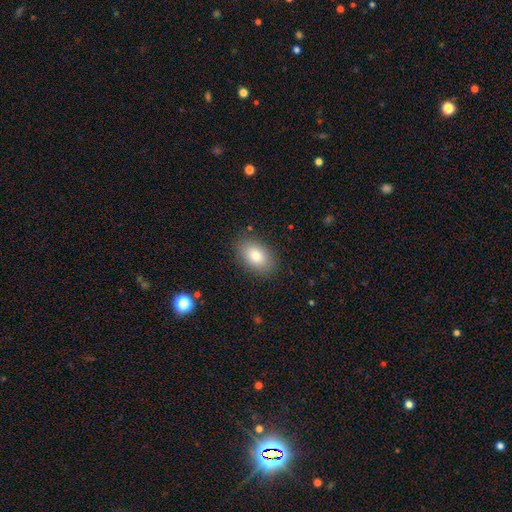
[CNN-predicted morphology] A smooth galaxy with no disk features (81%) that is in between round and cigar-shaped (88%). Merging: none (86%).